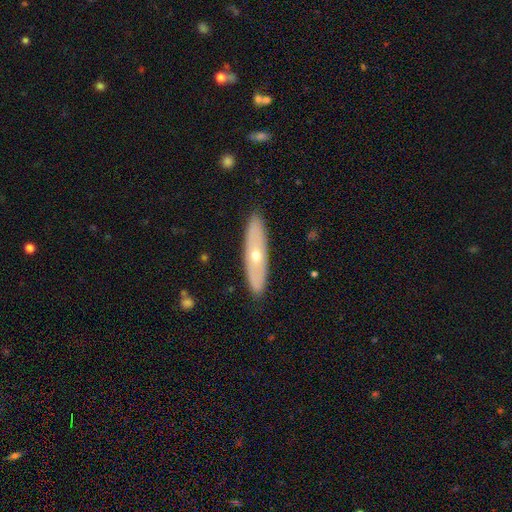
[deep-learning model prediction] smooth-or-featured: featured or disk: 50% | smooth: 44% | star or artifact: 6%
  disk-edge-on: yes: 53% | no: 47%
  merging: none: 87% | minor disturbance: 9% | major disturbance: 2% | merger: 1%